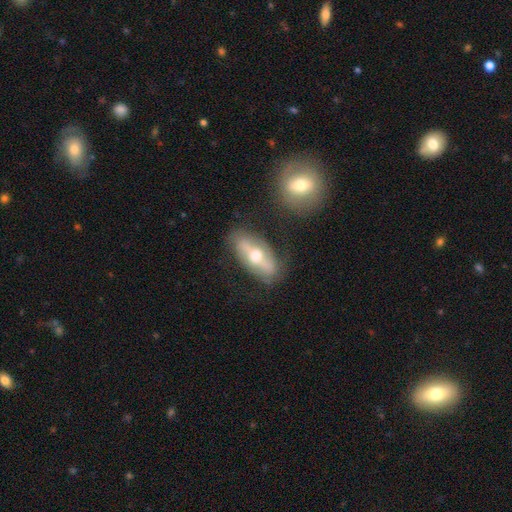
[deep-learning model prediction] This is likely a featured or disk galaxy (60%). It is likely not viewed edge-on (68%). Merging: likely none (73%).